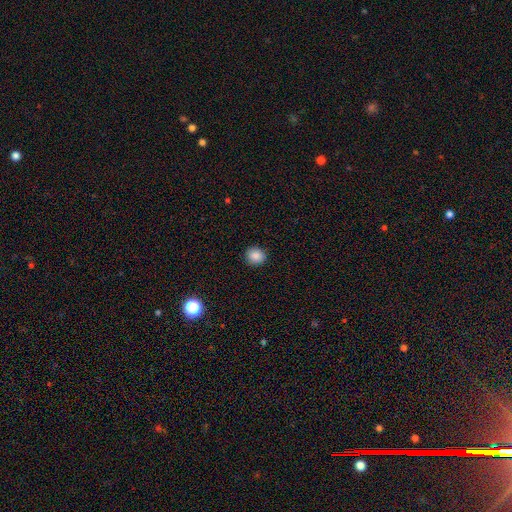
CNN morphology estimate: type=smooth (87%); roundness=round (85%); merging=none (91%).